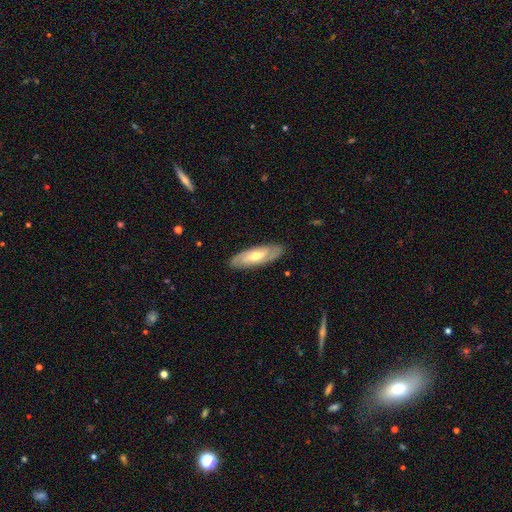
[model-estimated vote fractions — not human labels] smooth_or_featured: featured or disk (p=0.62) [alt: smooth p=0.33]
disk_edge_on: no (p=0.76) [alt: yes p=0.24]
merging: none (p=0.87) [alt: minor disturbance p=0.10]